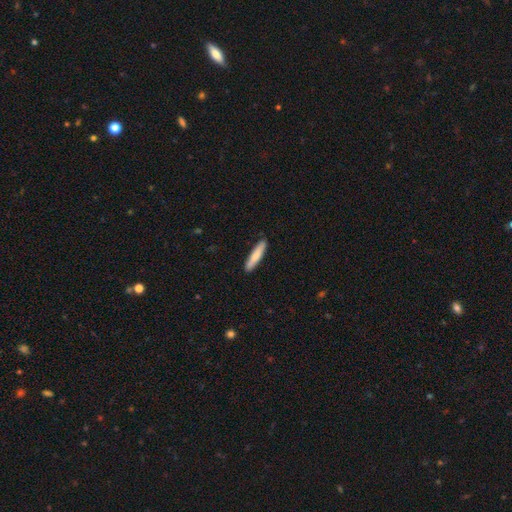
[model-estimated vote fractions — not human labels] Smooth or featured?
  - smooth: 78% *
  - featured or disk: 17%
  - star or artifact: 5%
How rounded?
  - cigar-shaped: 88% *
  - in between: 11%
  - round: 1%
Merging?
  - none: 89% *
  - minor disturbance: 8%
  - major disturbance: 1%
  - merger: 1%